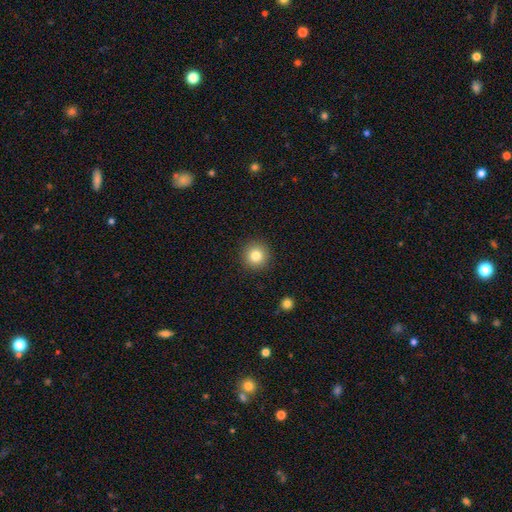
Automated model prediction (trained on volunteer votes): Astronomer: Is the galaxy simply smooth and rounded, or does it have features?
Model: smooth — 81%.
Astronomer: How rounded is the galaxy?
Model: round — 95%.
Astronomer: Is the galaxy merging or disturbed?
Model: none — 92%.